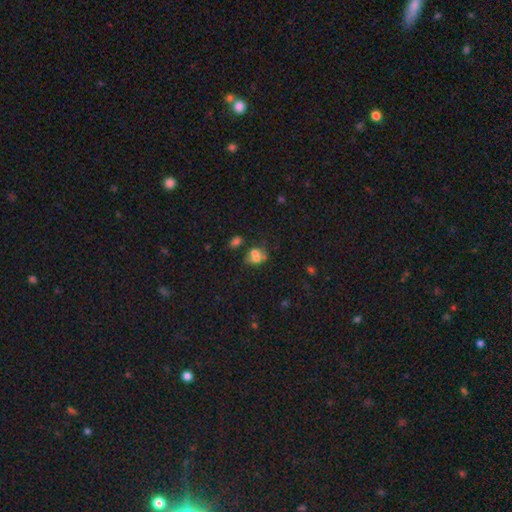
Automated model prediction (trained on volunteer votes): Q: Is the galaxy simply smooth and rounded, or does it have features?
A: smooth — 55%.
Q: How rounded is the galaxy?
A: in between — 53%.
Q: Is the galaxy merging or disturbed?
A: merger — 48%.